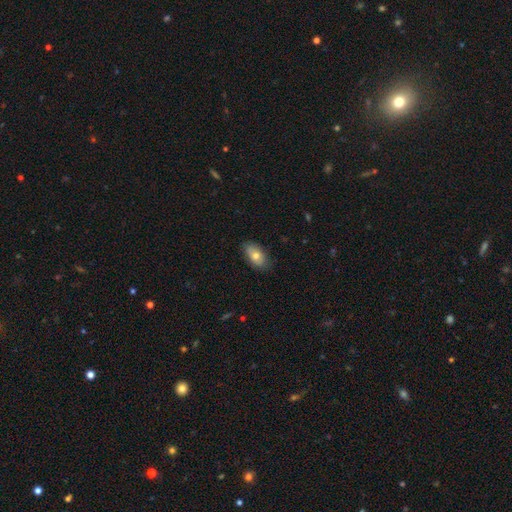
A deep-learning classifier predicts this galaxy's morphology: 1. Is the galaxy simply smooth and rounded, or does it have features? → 70% smooth, 23% featured or disk, 7% star or artifact.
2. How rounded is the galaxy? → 91% in between, 5% round, 3% cigar-shaped.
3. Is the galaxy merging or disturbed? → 80% none, 16% minor disturbance, 3% major disturbance, 1% merger.